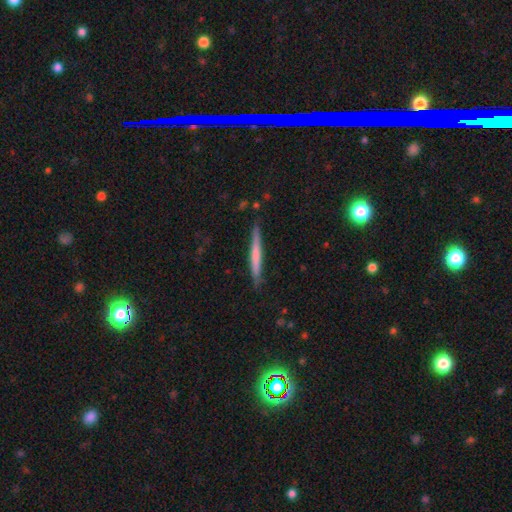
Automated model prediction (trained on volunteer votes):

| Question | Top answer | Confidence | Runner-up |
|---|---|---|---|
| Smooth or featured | smooth | 56% | featured or disk (39%) |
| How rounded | cigar-shaped | 96% | in between (2%) |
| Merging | none | 85% | minor disturbance (11%) |